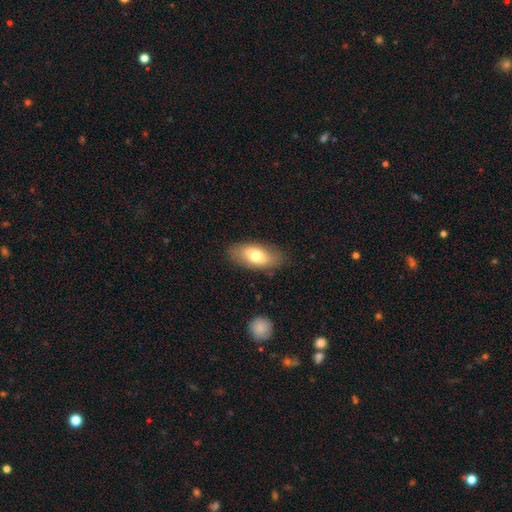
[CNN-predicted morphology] Smooth or featured: smooth — 69% (featured or disk — 25%)
How rounded: in between — 89% (cigar-shaped — 7%)
Merging: none — 82% (minor disturbance — 13%)